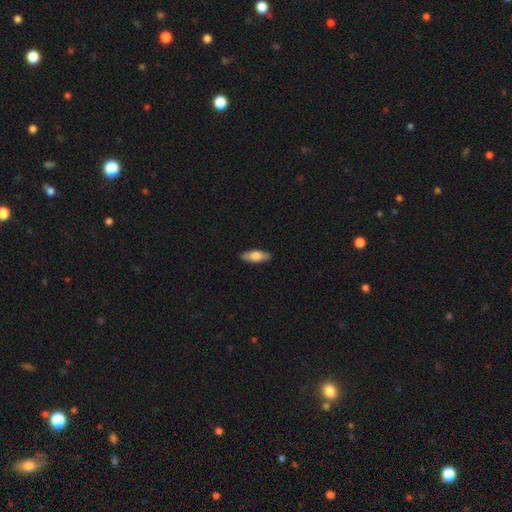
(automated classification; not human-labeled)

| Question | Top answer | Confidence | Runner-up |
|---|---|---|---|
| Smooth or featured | smooth | 75% | featured or disk (19%) |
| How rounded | in between | 71% | cigar-shaped (26%) |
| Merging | none | 88% | minor disturbance (10%) |